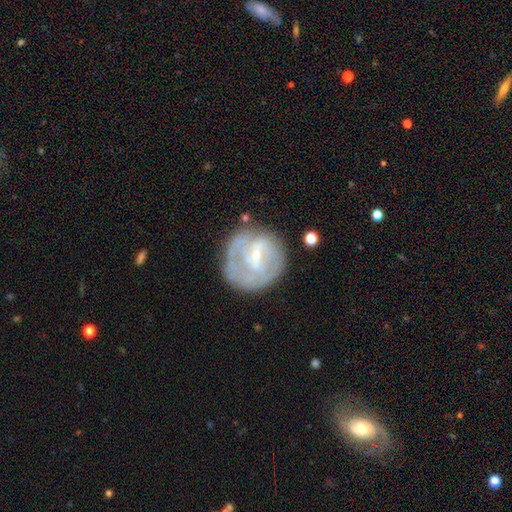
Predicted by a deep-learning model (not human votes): A featured or disk galaxy (65%) with a weak bar (51%), spiral arms (55%) and a small central bulge (60%). Merging: none (62%).